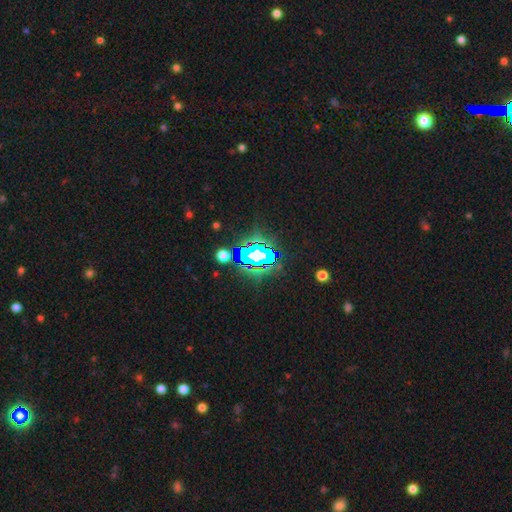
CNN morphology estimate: A star or artifact, not a galaxy (68%).

Vote fractions:
- Smooth or featured? star or artifact: 68% / featured or disk: 16% / smooth: 16%